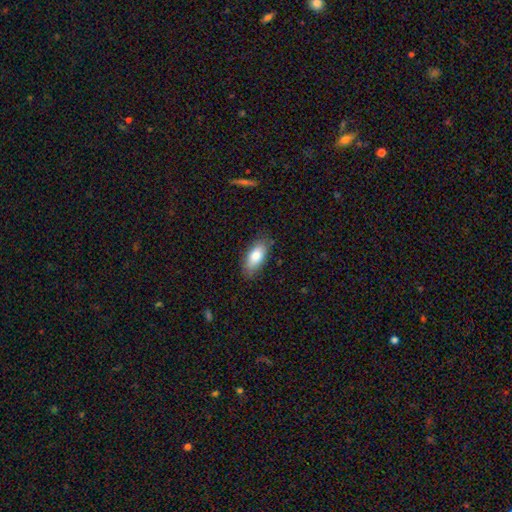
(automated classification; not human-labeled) This appears to be a smooth galaxy with no disk features (82%) that is in between round and cigar-shaped (85%). Merging: none (81%).